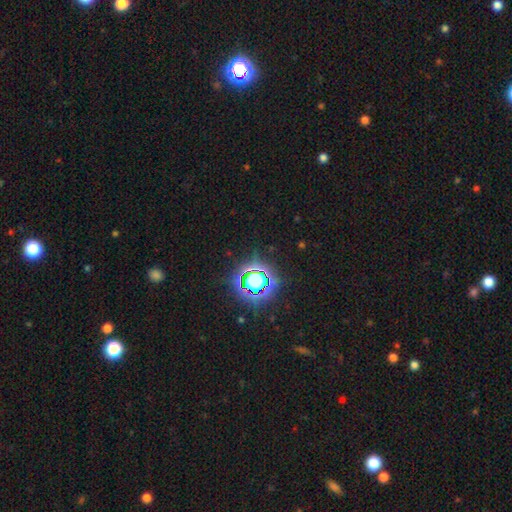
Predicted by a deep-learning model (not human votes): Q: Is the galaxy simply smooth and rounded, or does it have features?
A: star or artifact — 81%.